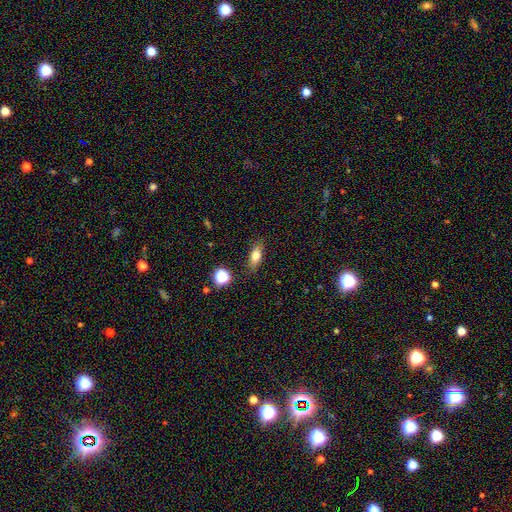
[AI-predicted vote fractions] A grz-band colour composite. It shows a smooth galaxy with no disk features (71%) that is in between round and cigar-shaped (67%). Merging: none (84%).